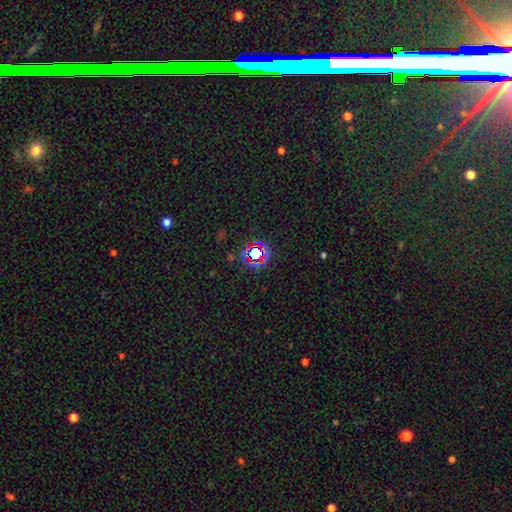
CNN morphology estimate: Overall: star or artifact (70%).